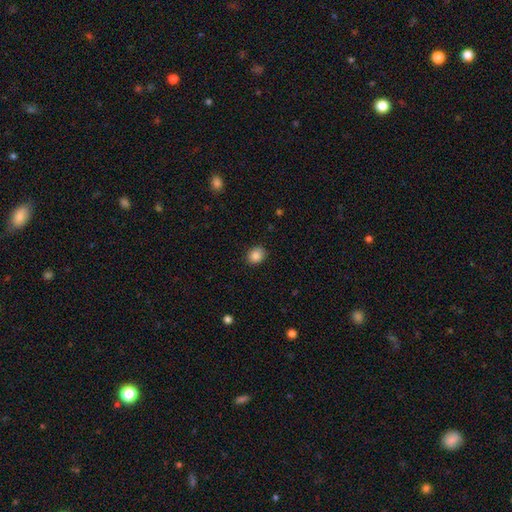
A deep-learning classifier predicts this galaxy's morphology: A smooth galaxy with no disk features (86%) that is round (65%). Merging: none (88%).